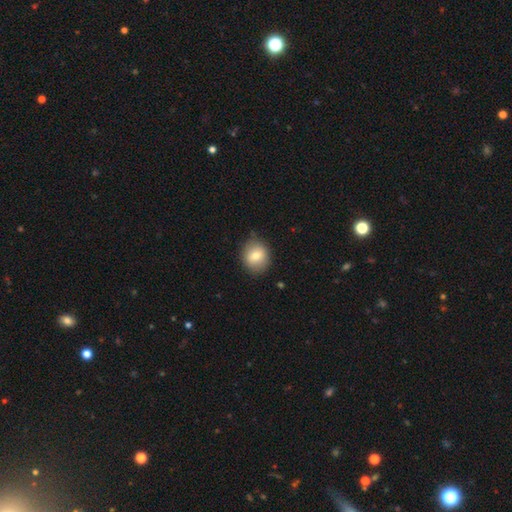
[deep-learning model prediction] smooth_or_featured: smooth (p=0.77) [alt: featured or disk p=0.15]
how_rounded: round (p=0.68) [alt: in between p=0.31]
merging: none (p=0.80) [alt: minor disturbance p=0.15]